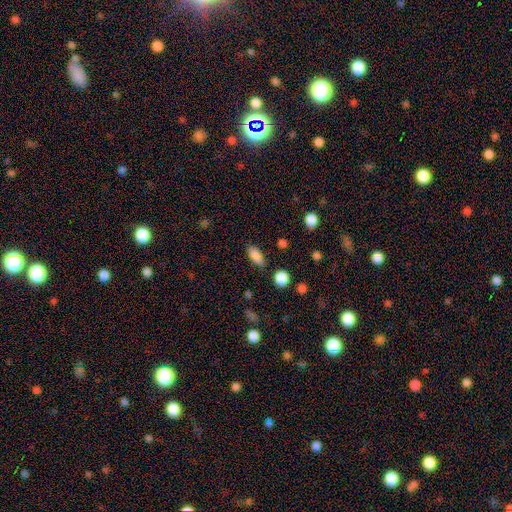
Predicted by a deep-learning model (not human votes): Morphology: type=smooth (75%); roundness=in between (82%); merging=none (77%).